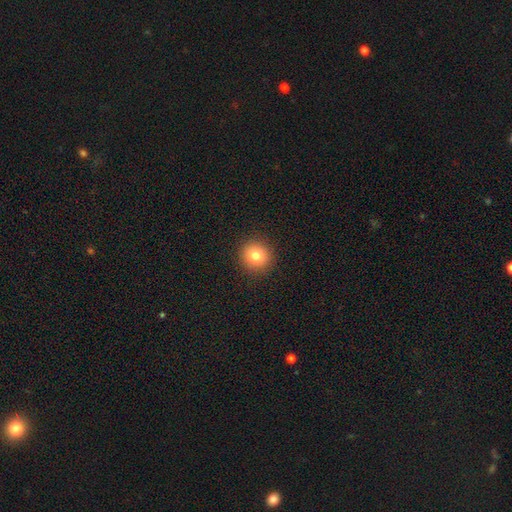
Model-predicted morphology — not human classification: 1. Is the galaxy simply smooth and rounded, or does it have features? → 80% smooth, 12% star or artifact, 8% featured or disk.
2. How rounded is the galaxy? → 92% round, 7% in between, 1% cigar-shaped.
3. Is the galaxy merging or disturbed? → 92% none, 5% minor disturbance, 2% major disturbance, 1% merger.